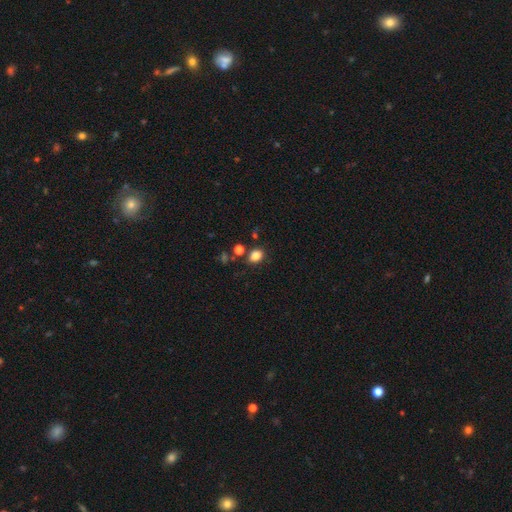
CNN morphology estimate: type=smooth (83%); roundness=in between (61%); merging=none (76%).